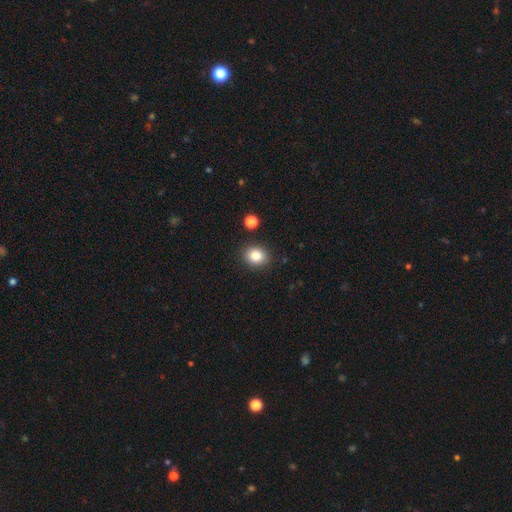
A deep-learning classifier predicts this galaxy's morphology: Q: Smooth or featured?
A: smooth (84%); runner-up: star or artifact (10%)
Q: How rounded?
A: round (57%); runner-up: in between (42%)
Q: Merging?
A: none (86%); runner-up: minor disturbance (8%)